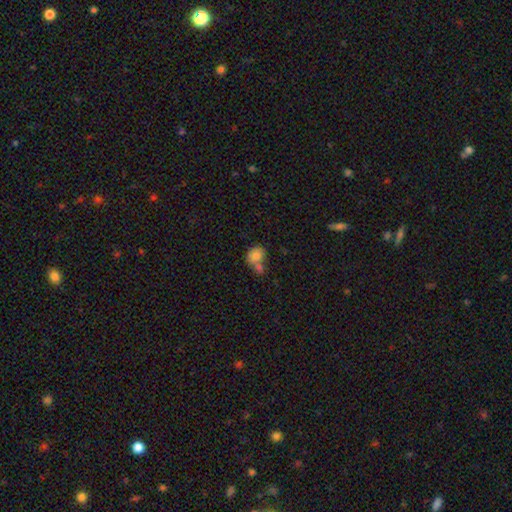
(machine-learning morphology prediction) This appears to be a smooth galaxy with no disk features (78%) that is round (56%). Merging: merger (47%).